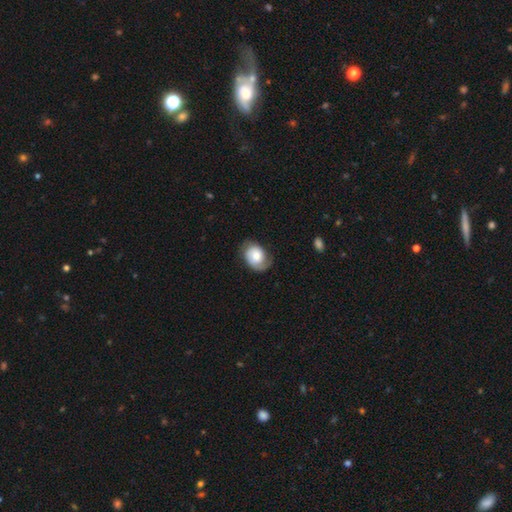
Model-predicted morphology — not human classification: Q: Smooth or featured?
A: smooth (51%); runner-up: featured or disk (42%)
Q: How rounded?
A: in between (61%); runner-up: round (38%)
Q: Merging?
A: none (58%); runner-up: minor disturbance (27%)